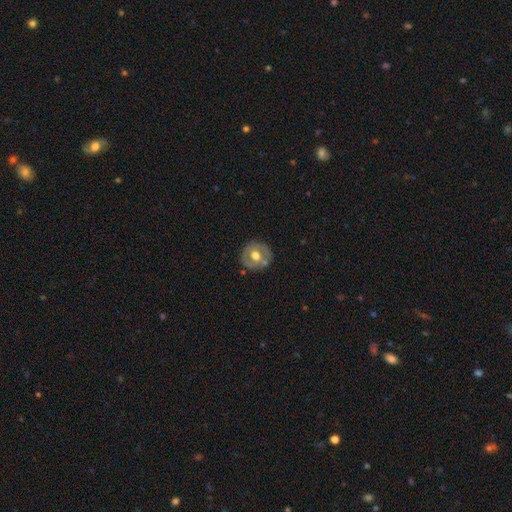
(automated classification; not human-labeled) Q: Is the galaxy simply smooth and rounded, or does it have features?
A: featured or disk — 47%.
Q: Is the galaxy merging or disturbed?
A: none — 78%.